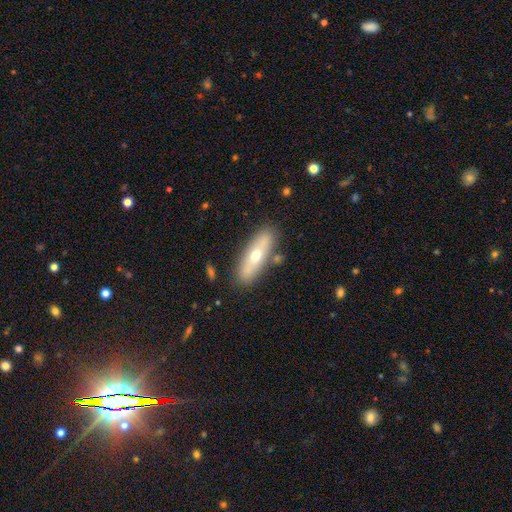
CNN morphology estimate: Smooth or featured? Predicted: smooth (p=0.49). Merging? Predicted: none (p=0.82).